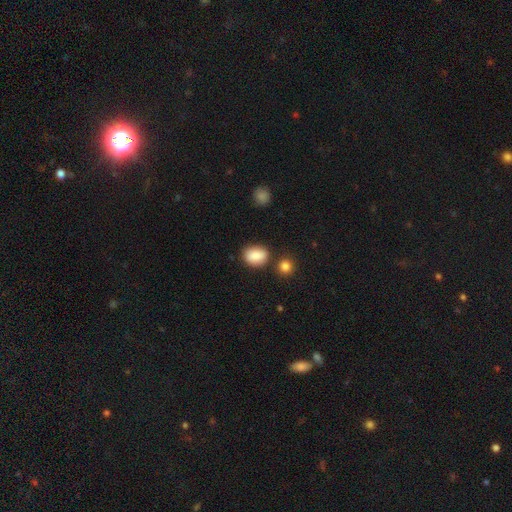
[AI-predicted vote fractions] Smooth or featured?
  - smooth: 87% *
  - star or artifact: 8%
  - featured or disk: 5%
How rounded?
  - in between: 66% *
  - round: 33%
  - cigar-shaped: 1%
Merging?
  - none: 72% *
  - minor disturbance: 16%
  - merger: 8%
  - major disturbance: 4%